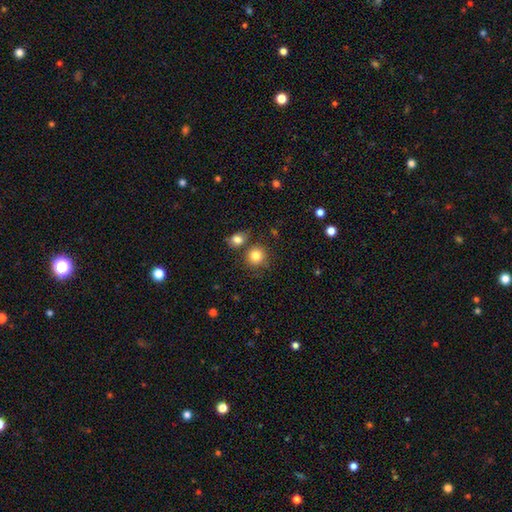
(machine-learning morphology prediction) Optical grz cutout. It shows a smooth galaxy with no disk features (82%) that is round (87%). Merging: none (72%).